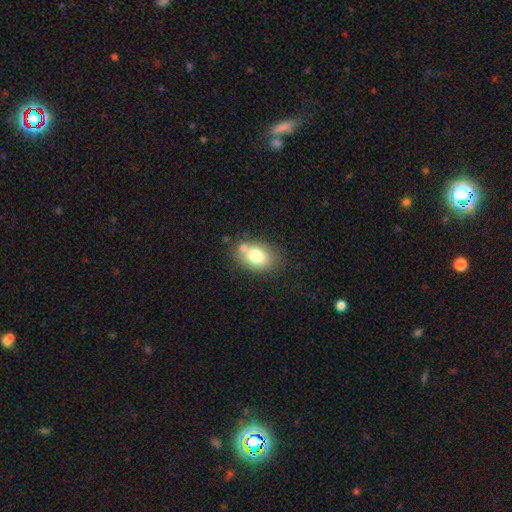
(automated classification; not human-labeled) Smooth or featured? smooth (75%)
How rounded? in between (82%)
Merging? none (64%)